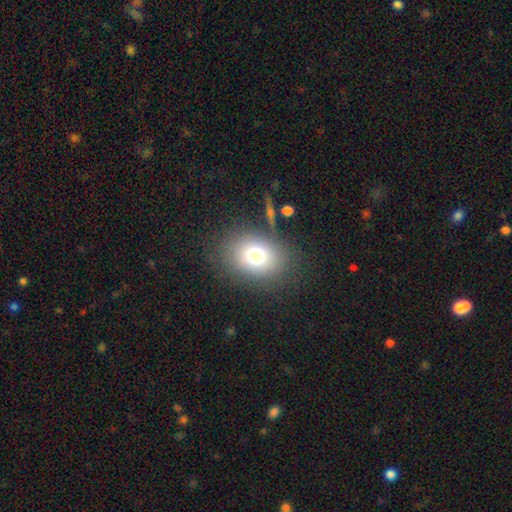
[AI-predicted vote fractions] A smooth galaxy with no disk features (74%) that is in between round and cigar-shaped (54%). Merging: none (80%).